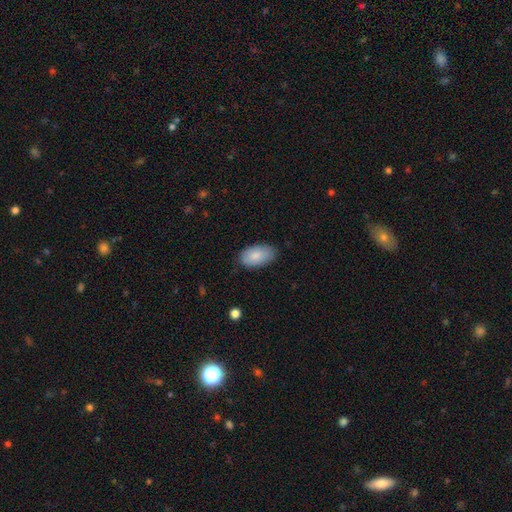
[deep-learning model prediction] smooth-or-featured: smooth: 85% | featured or disk: 9% | star or artifact: 6%
  how-rounded: in between: 95% | round: 3% | cigar-shaped: 2%
  merging: none: 81% | minor disturbance: 15% | major disturbance: 3% | merger: 1%